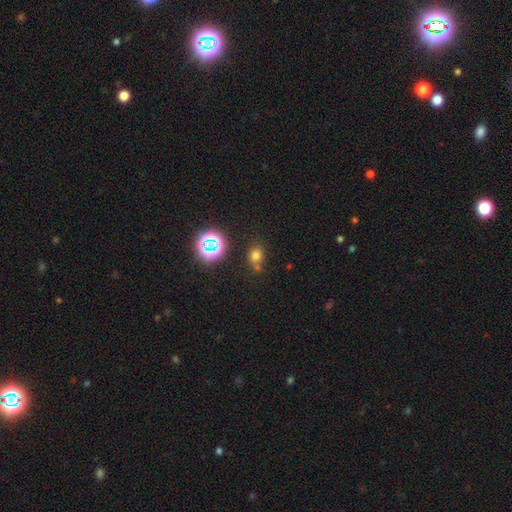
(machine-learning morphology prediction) This is likely a smooth galaxy (68%). How rounded: possibly round (58%). Merging: likely none (64%).